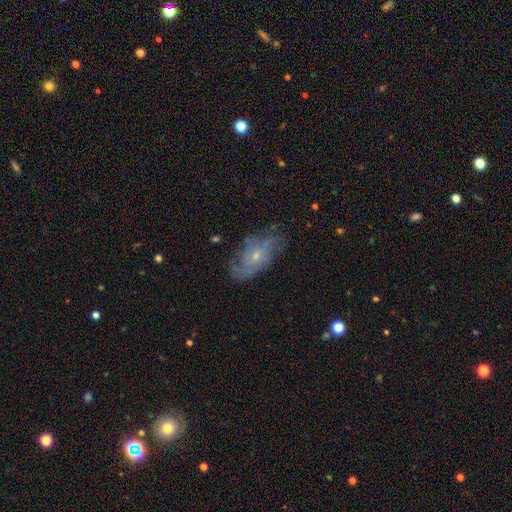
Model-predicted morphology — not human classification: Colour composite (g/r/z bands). It shows a featured or disk galaxy (65%) with no bar (79%), spiral arms (79%) and a small central bulge (71%). Merging: none (65%).